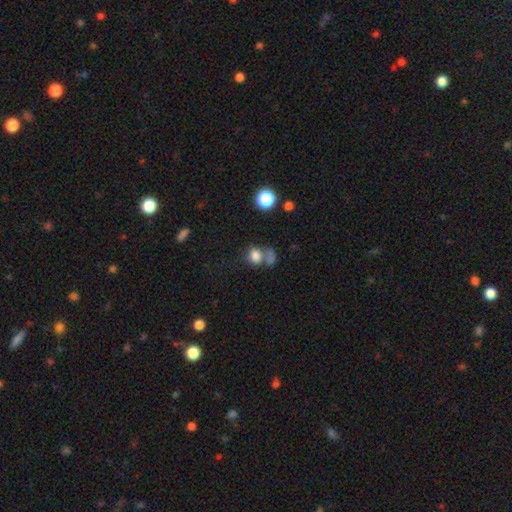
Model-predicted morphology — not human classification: A smooth galaxy with no disk features (78%) that is round (60%).

Vote fractions:
- Smooth or featured? smooth: 78% / star or artifact: 14% / featured or disk: 9%
- How rounded? round: 60% / in between: 38% / cigar-shaped: 1%
- Merging? none: 41% / merger: 36% / minor disturbance: 13% / major disturbance: 10%